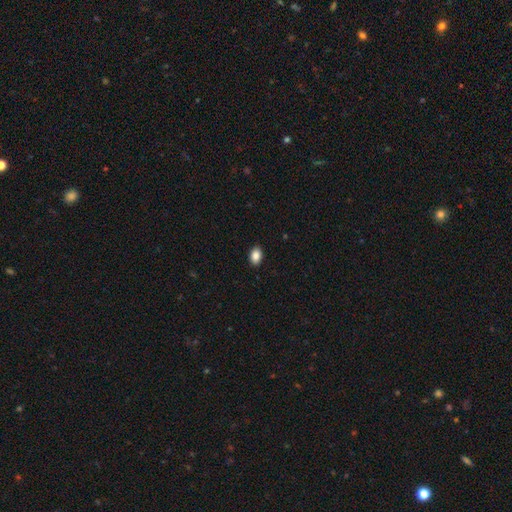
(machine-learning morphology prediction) The model was most divided on "how rounded": in between: 82%, round: 16%, cigar-shaped: 1%. More confident: merging — none (90%); smooth or featured — smooth (87%).